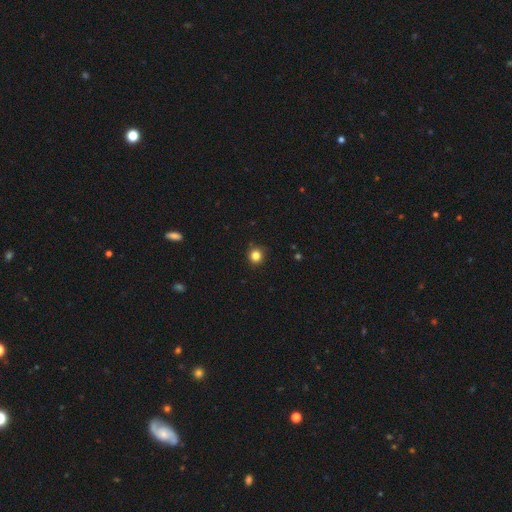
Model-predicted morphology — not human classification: This is clearly a smooth galaxy (83%). How rounded: clearly round (93%). Merging: clearly none (90%).